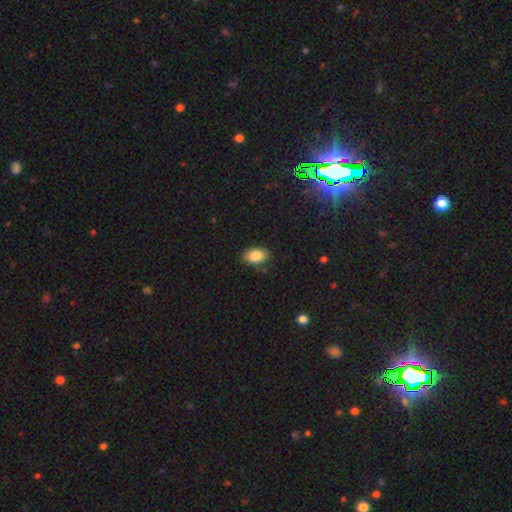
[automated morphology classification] type=smooth (84%); roundness=in between (88%); merging=none (84%).